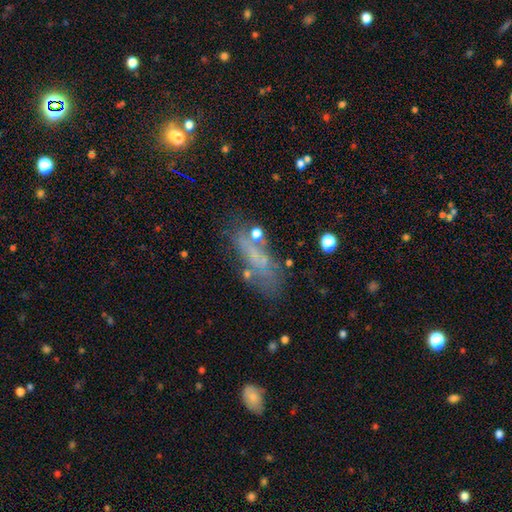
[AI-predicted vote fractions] Smooth or featured: featured or disk — 40% (smooth — 39%)
Merging: none — 54% (minor disturbance — 21%)